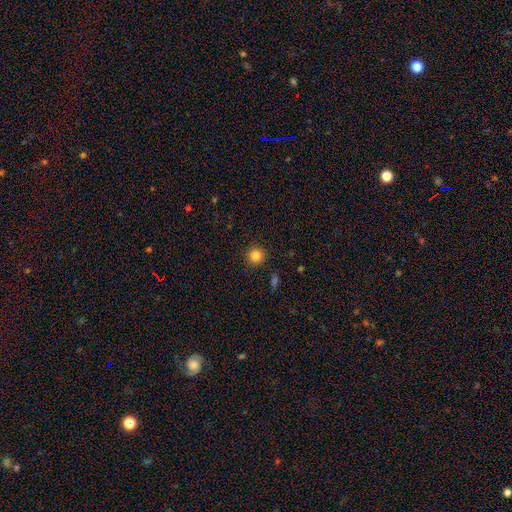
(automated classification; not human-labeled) smooth 83%, star or artifact 12%, featured or disk 5%. Down the decision tree: how rounded — round (93%); merging — none (90%).